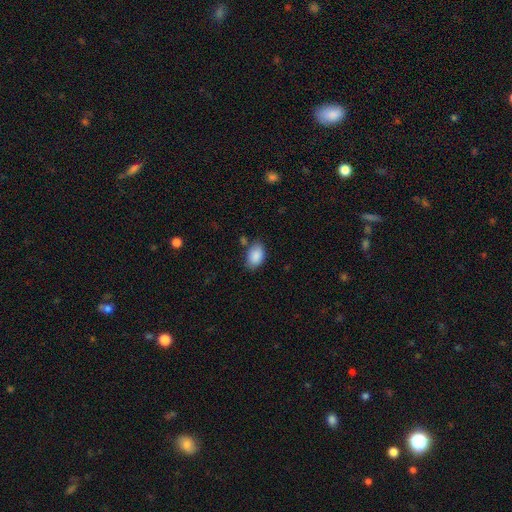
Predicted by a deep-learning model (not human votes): A smooth galaxy with no disk features (89%) that is in between round and cigar-shaped (91%). Merging: none (75%).